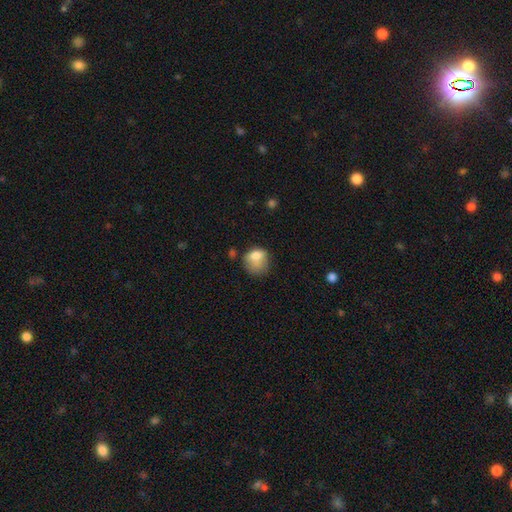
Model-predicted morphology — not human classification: This appears to be a smooth galaxy with no disk features (75%) that is round (56%). Merging: none (34%).